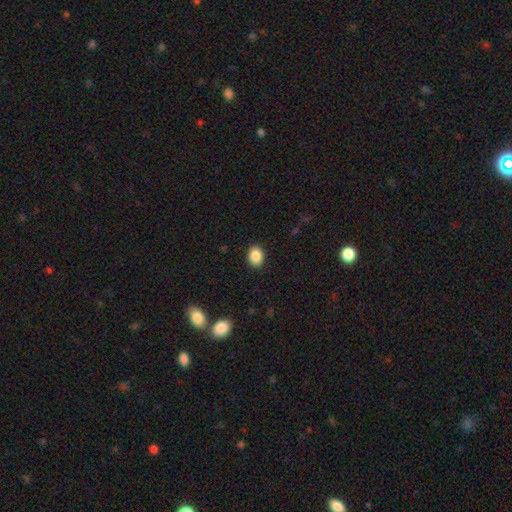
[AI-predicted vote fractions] smooth 88%, star or artifact 8%, featured or disk 3%. Down the decision tree: how rounded — in between (60%); merging — none (90%).